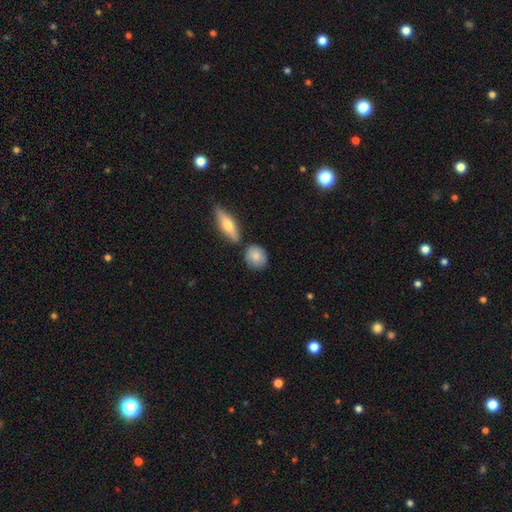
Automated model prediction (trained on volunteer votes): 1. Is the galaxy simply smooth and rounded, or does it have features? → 80% smooth, 13% featured or disk, 7% star or artifact.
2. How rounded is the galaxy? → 69% round, 27% in between, 3% cigar-shaped.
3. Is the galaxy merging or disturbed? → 73% none, 14% minor disturbance, 9% merger, 3% major disturbance.